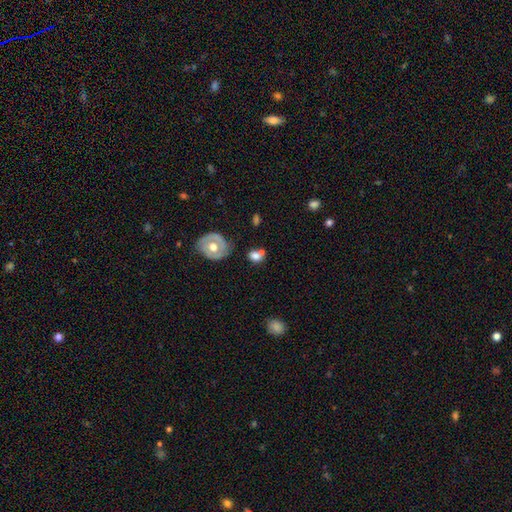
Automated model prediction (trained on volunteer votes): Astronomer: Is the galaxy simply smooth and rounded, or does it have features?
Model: smooth — 72%.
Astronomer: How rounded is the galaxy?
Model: round — 50% (runner-up: in between, 48%).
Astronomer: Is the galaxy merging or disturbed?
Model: none — 52%.